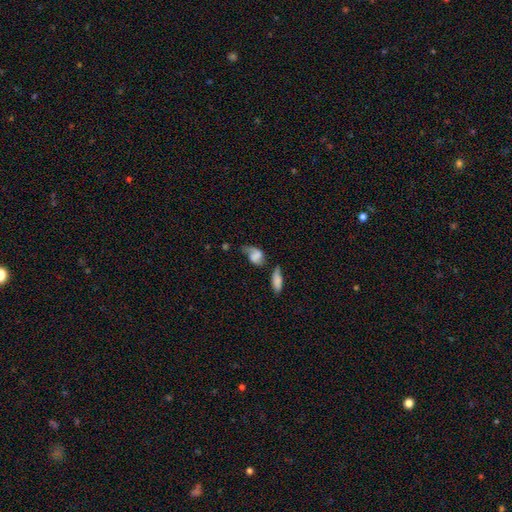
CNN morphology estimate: This is possibly a smooth galaxy (50%). How rounded: likely in between (74%). Merging: marginally none (35%).